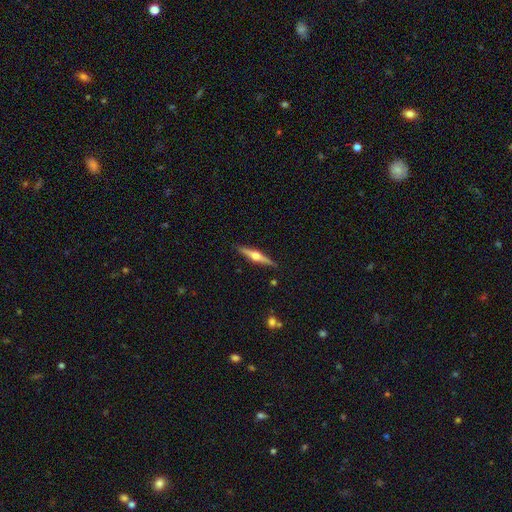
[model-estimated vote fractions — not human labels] Smooth or featured?
  - featured or disk: 73% *
  - smooth: 21%
  - star or artifact: 6%
Edge-on disk?
  - yes: 98% *
  - no: 2%
Edge-on bulge?
  - rounded: 94% *
  - boxy: 3%
  - none: 2%
Merging?
  - none: 90% *
  - minor disturbance: 7%
  - major disturbance: 1%
  - merger: 1%